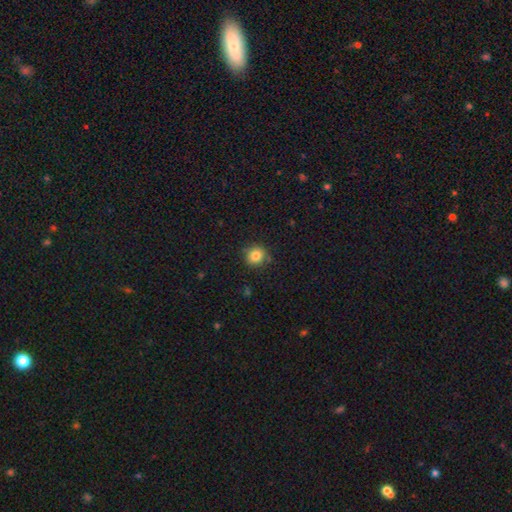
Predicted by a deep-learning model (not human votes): Morphology: type=smooth (83%); roundness=round (89%); merging=none (85%).